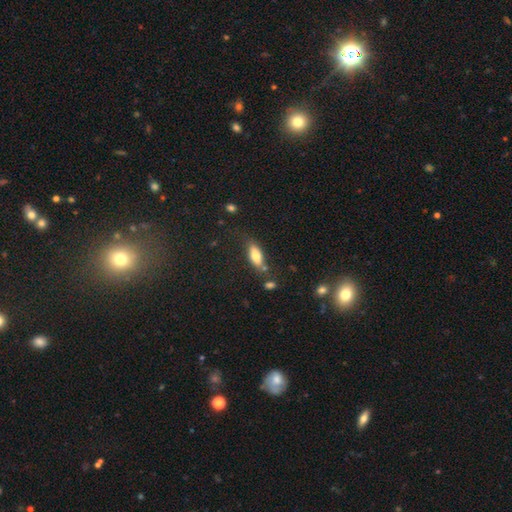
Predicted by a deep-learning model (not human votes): smooth-or-featured: smooth: 77% | featured or disk: 15% | star or artifact: 8%
  how-rounded: in between: 74% | cigar-shaped: 23% | round: 3%
  merging: none: 63% | minor disturbance: 22% | major disturbance: 8% | merger: 7%